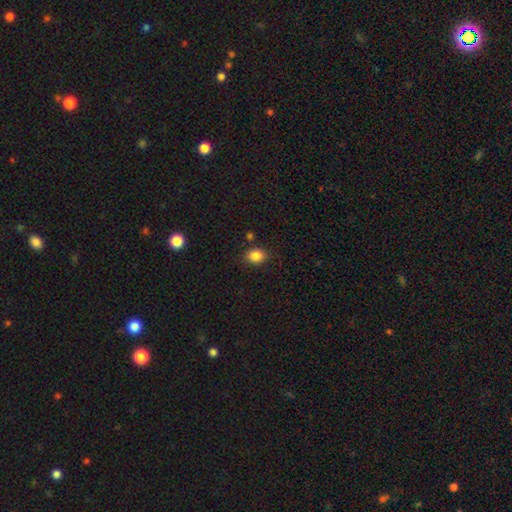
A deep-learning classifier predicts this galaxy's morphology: The model was most divided on "how rounded": round: 54%, in between: 45%, cigar-shaped: 1%. More confident: smooth or featured — smooth (85%); merging — none (82%).